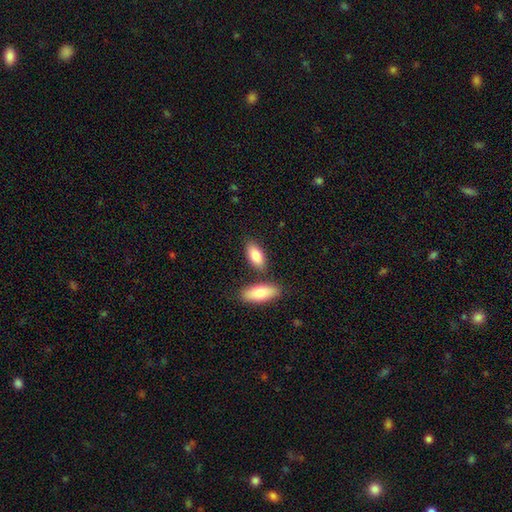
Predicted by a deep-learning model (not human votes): A smooth galaxy with no disk features (83%) that is in between round and cigar-shaped (88%). Merging: none (70%).